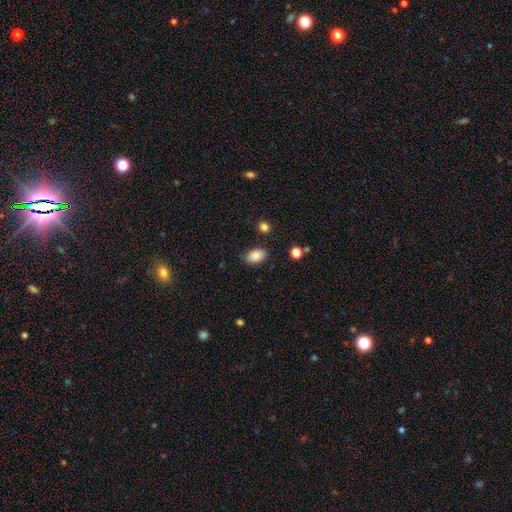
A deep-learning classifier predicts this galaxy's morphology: Smooth or featured: smooth — 87% (star or artifact — 8%)
How rounded: in between — 86% (round — 13%)
Merging: none — 80% (minor disturbance — 14%)